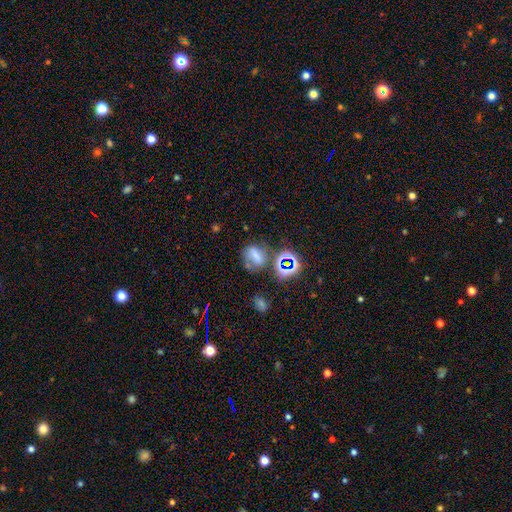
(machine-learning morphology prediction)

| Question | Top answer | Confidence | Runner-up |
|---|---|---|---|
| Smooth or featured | smooth | 47% | star or artifact (32%) |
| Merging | none | 51% | minor disturbance (21%) |